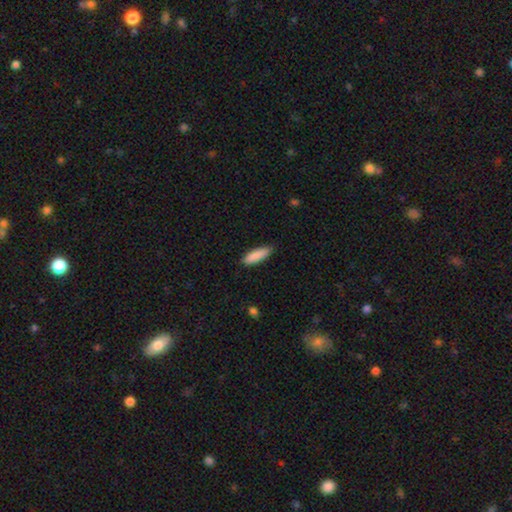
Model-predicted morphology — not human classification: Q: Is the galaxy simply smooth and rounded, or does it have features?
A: smooth — 88%.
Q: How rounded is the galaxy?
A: cigar-shaped — 50%.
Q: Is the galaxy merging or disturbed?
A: none — 82%.